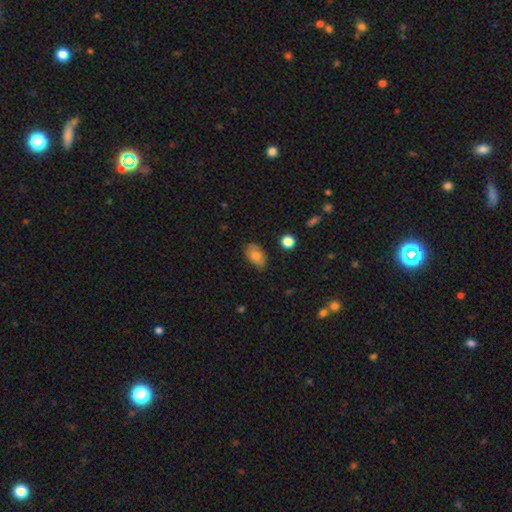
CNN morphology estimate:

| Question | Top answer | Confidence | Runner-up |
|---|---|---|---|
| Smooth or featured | smooth | 79% | featured or disk (12%) |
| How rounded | in between | 88% | round (11%) |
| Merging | none | 75% | minor disturbance (20%) |